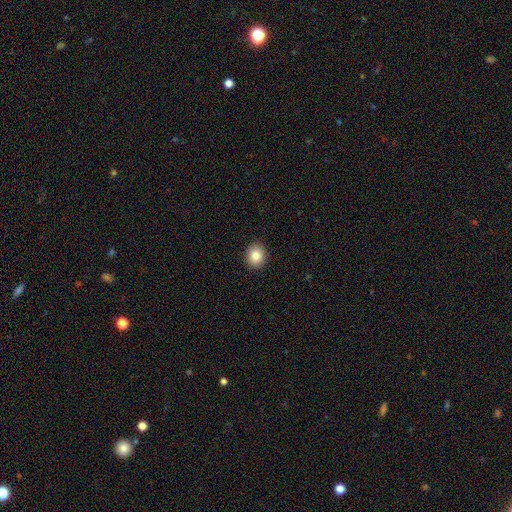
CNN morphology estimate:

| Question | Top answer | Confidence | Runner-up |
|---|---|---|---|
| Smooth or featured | smooth | 83% | star or artifact (9%) |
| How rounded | round | 69% | in between (30%) |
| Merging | none | 91% | minor disturbance (6%) |